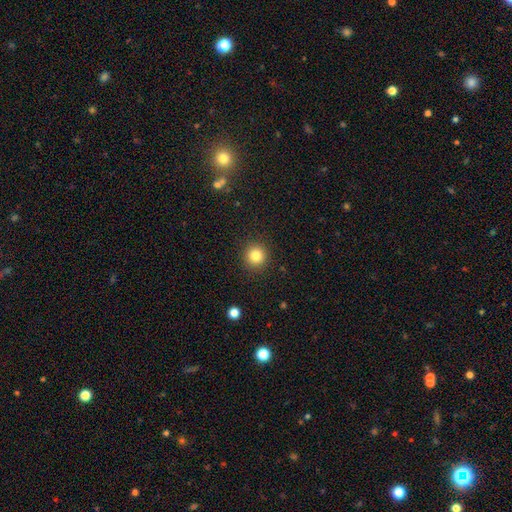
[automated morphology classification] type=smooth (82%); roundness=round (93%); merging=none (91%).